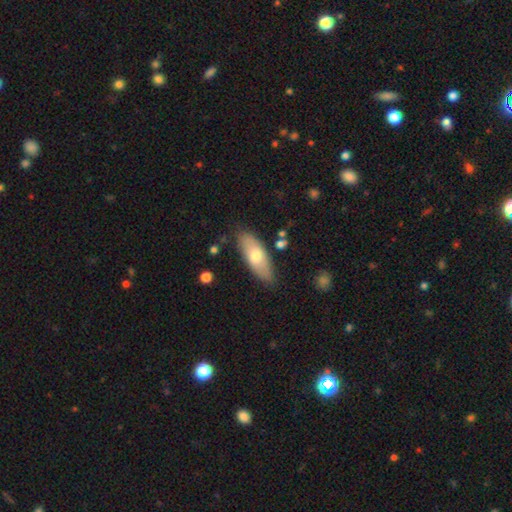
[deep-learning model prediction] Overall: smooth (68%). How rounded: in between (74%). Merging: none (82%).